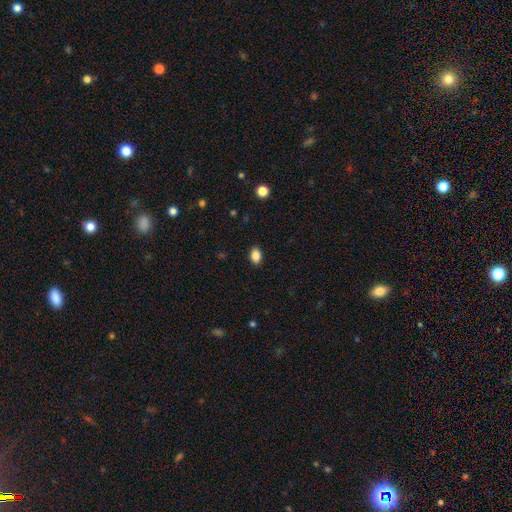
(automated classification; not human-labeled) Smooth or featured?
  - smooth: 86% *
  - star or artifact: 10%
  - featured or disk: 5%
How rounded?
  - in between: 79% *
  - round: 19%
  - cigar-shaped: 1%
Merging?
  - none: 89% *
  - minor disturbance: 8%
  - major disturbance: 2%
  - merger: 1%